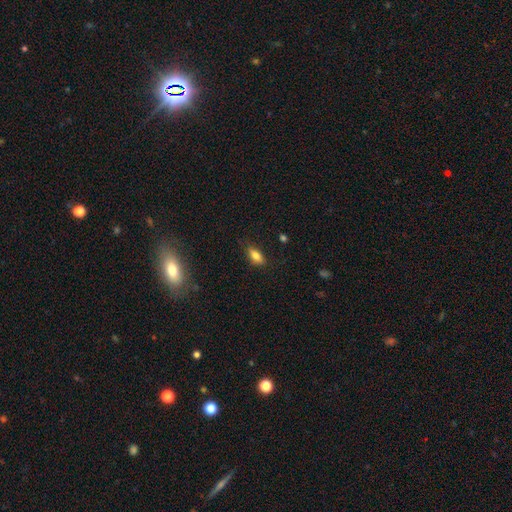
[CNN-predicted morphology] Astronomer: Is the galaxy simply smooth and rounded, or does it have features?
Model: smooth — 78%.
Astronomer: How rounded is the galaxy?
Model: in between — 83%.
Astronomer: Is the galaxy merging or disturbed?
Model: none — 78%.